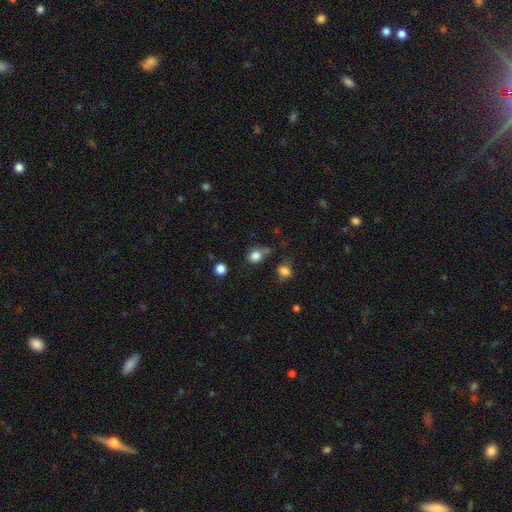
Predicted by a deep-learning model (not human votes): A smooth galaxy with no disk features (81%) that is round (58%).

Vote fractions:
- Smooth or featured? smooth: 81% / star or artifact: 11% / featured or disk: 7%
- How rounded? round: 58% / in between: 41% / cigar-shaped: 1%
- Merging? none: 49% / minor disturbance: 30% / major disturbance: 12% / merger: 9%